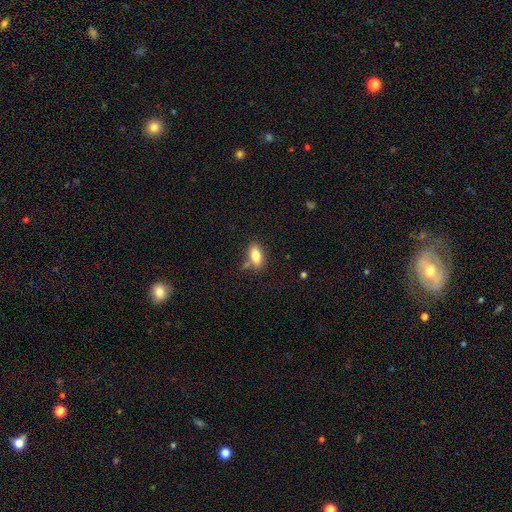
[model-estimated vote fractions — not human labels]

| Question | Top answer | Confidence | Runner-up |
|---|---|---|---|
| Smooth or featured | smooth | 82% | featured or disk (11%) |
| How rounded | in between | 89% | cigar-shaped (7%) |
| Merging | none | 70% | minor disturbance (16%) |